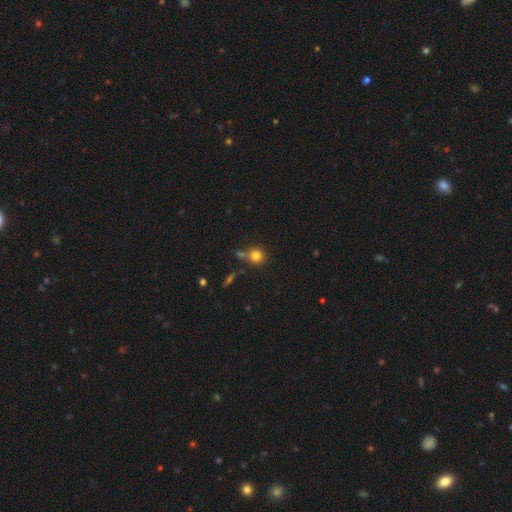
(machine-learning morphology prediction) smooth-or-featured: smooth: 80% | star or artifact: 12% | featured or disk: 8%
  how-rounded: round: 87% | in between: 12% | cigar-shaped: 1%
  merging: none: 62% | merger: 19% | minor disturbance: 13% | major disturbance: 5%